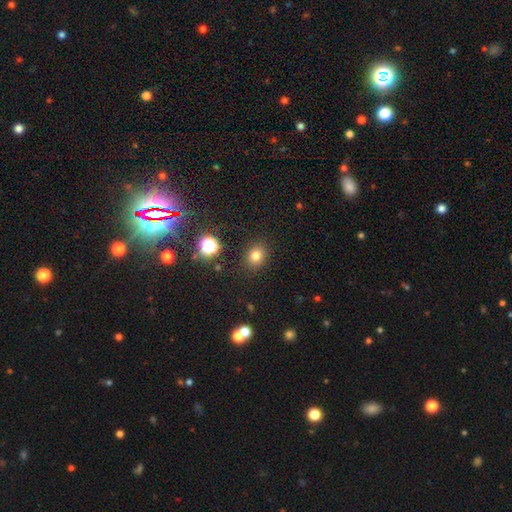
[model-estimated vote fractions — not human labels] This is likely a smooth galaxy (77%). How rounded: likely round (68%). Merging: clearly none (88%).